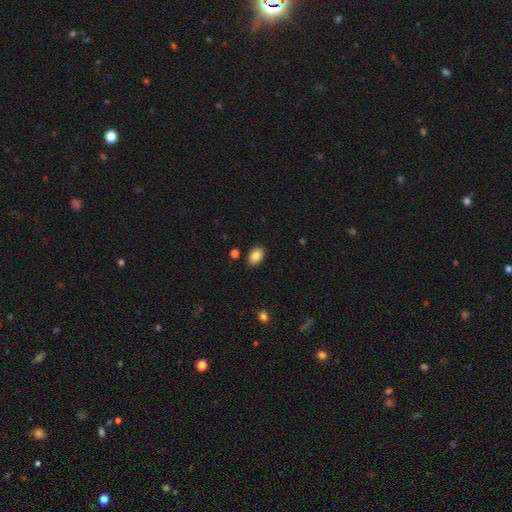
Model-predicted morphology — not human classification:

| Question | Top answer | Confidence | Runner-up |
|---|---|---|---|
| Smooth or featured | smooth | 86% | star or artifact (8%) |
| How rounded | in between | 86% | round (13%) |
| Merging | none | 87% | minor disturbance (9%) |